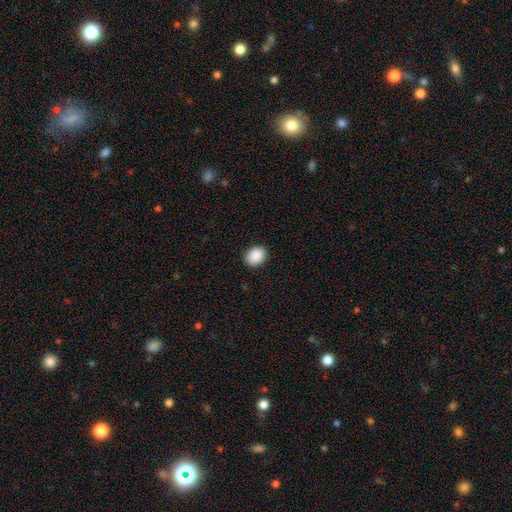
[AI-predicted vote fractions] A smooth galaxy with no disk features (90%) that is in between round and cigar-shaped (55%).

Vote fractions:
- Smooth or featured? smooth: 90% / star or artifact: 7% / featured or disk: 2%
- How rounded? in between: 55% / round: 44% / cigar-shaped: 1%
- Merging? none: 89% / minor disturbance: 8% / major disturbance: 2% / merger: 1%